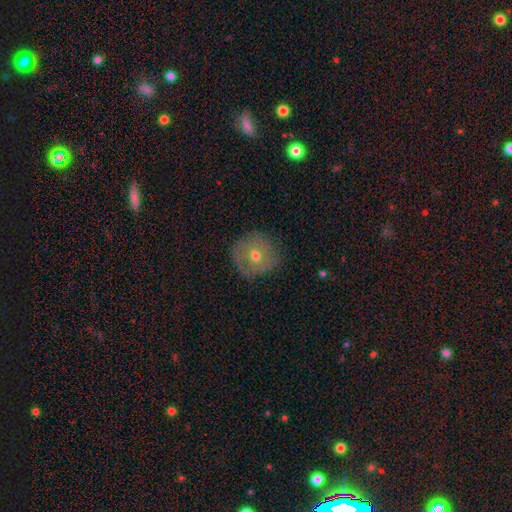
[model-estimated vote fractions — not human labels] Q: Smooth or featured?
A: smooth (52%); runner-up: featured or disk (38%)
Q: How rounded?
A: round (93%); runner-up: in between (6%)
Q: Merging?
A: none (79%); runner-up: minor disturbance (15%)